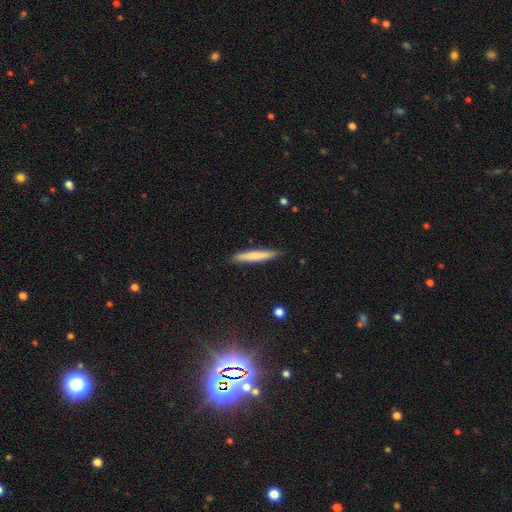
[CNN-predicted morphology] A smooth galaxy with no disk features (72%) that is cigar-shaped (94%). Merging: none (86%).